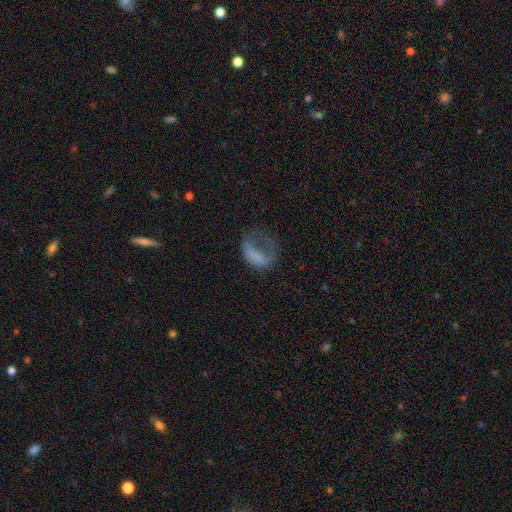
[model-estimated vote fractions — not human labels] Q: Smooth or featured?
A: smooth (56%); runner-up: featured or disk (31%)
Q: How rounded?
A: in between (73%); runner-up: round (23%)
Q: Merging?
A: major disturbance (59%); runner-up: none (21%)